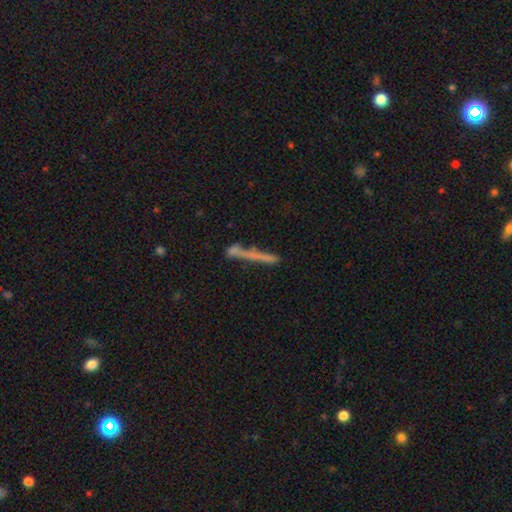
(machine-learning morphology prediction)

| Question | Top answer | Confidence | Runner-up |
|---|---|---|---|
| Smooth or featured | smooth | 50% | featured or disk (39%) |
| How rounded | cigar-shaped | 95% | in between (3%) |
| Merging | none | 64% | merger (15%) |